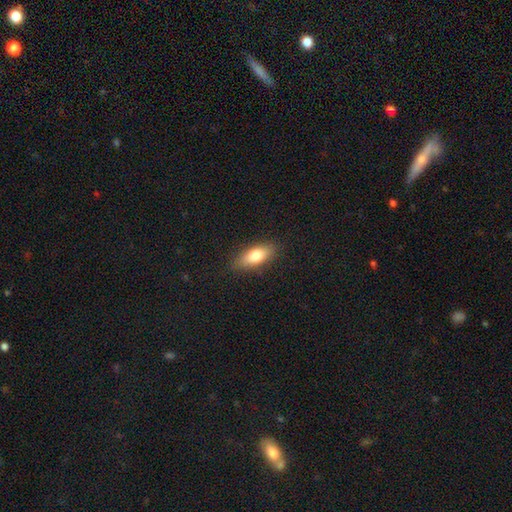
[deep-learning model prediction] A smooth galaxy with no disk features (77%) that is in between round and cigar-shaped (77%). Merging: none (85%).